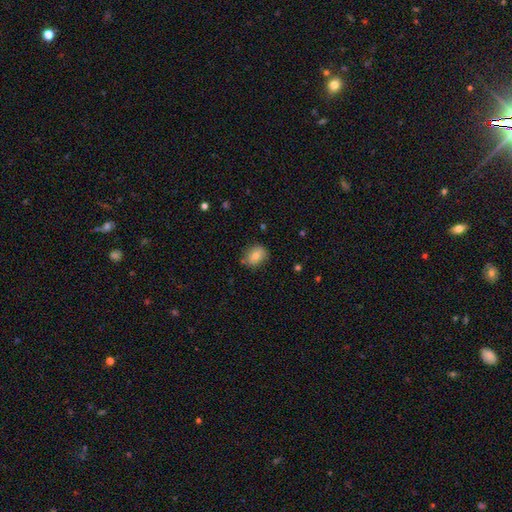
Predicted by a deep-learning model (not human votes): A smooth galaxy with no disk features (77%) that is in between round and cigar-shaped (56%). Merging: none (78%).